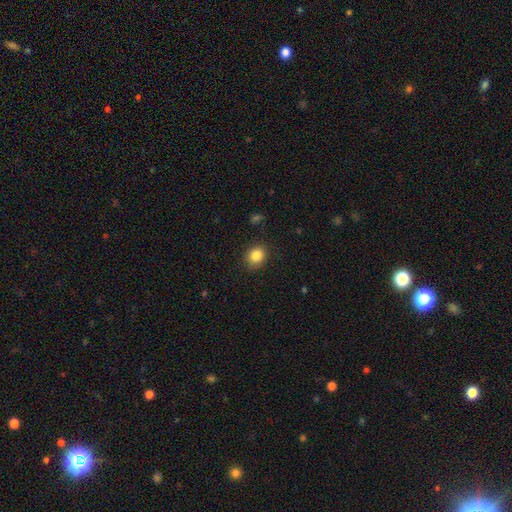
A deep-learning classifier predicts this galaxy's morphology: Smooth or featured: smooth — 85% (star or artifact — 10%)
How rounded: round — 63% (in between — 37%)
Merging: none — 83% (minor disturbance — 13%)